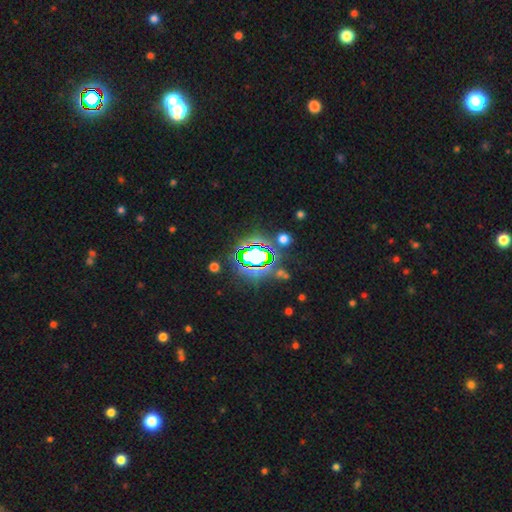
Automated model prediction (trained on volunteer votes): This appears to be a star or artifact, not a galaxy (69%).